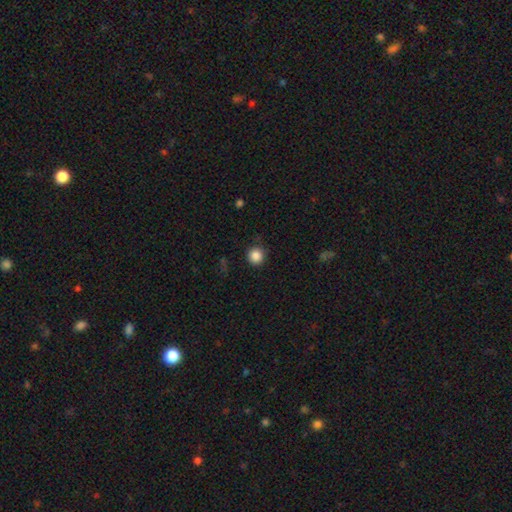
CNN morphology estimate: This is clearly a smooth galaxy (86%). How rounded: clearly round (94%). Merging: clearly none (89%).